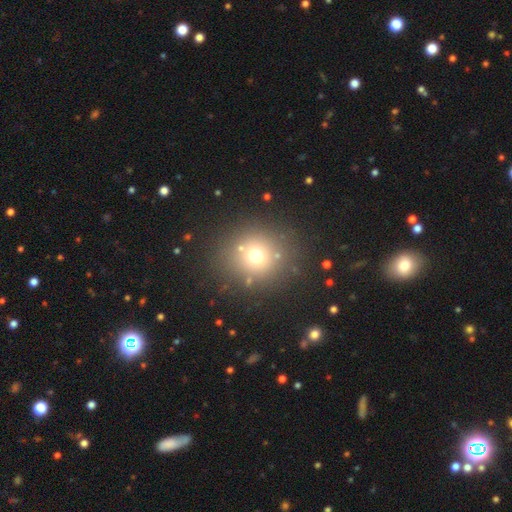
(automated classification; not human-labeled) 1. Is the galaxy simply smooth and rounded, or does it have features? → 67% smooth, 21% star or artifact, 12% featured or disk.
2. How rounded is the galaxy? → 86% round, 13% in between, 1% cigar-shaped.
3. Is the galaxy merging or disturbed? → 82% none, 8% minor disturbance, 5% merger, 5% major disturbance.